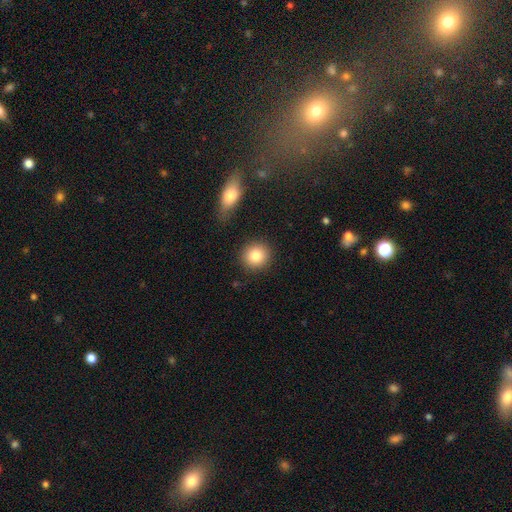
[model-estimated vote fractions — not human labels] A smooth galaxy with no disk features (84%) that is round (88%). Merging: none (86%).